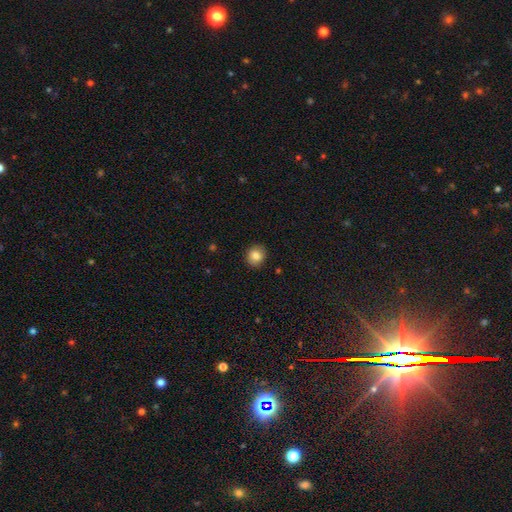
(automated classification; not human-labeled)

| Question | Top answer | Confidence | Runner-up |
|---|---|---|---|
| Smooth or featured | smooth | 83% | star or artifact (9%) |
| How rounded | round | 80% | in between (20%) |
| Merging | none | 87% | minor disturbance (10%) |